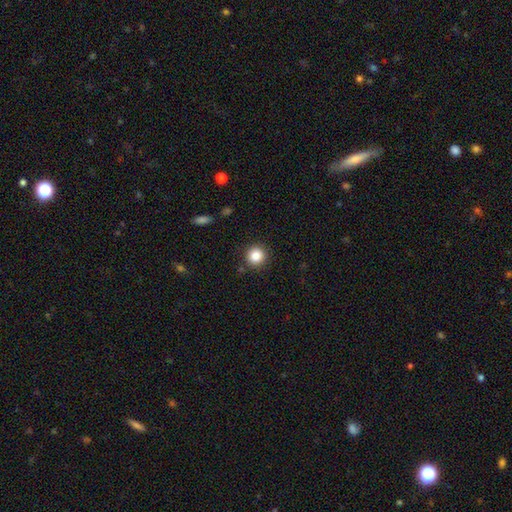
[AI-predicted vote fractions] Smooth or featured: smooth — 85% (star or artifact — 11%)
How rounded: round — 94% (in between — 5%)
Merging: none — 90% (minor disturbance — 7%)